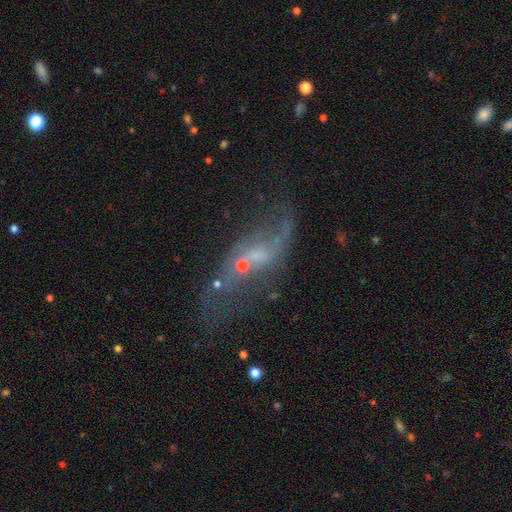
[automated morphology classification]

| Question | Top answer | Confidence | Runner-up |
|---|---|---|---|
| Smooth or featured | featured or disk | 69% | smooth (19%) |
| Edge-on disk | no | 90% | yes (10%) |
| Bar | no | 57% | weak (34%) |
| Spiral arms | yes | 66% | no (34%) |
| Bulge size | small | 54% | moderate (26%) |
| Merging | none | 41% | major disturbance (24%) |